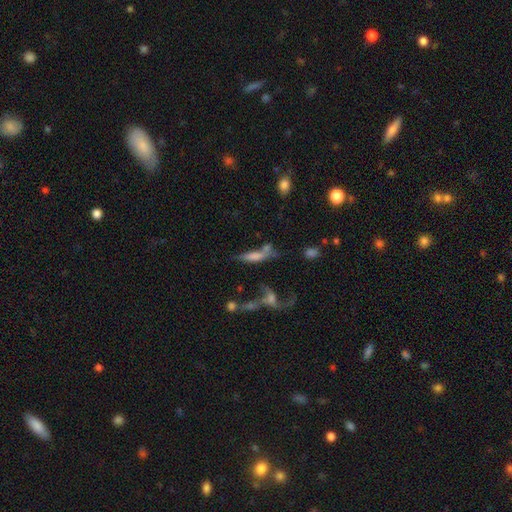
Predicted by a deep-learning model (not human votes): A smooth galaxy with no disk features (57%) that is cigar-shaped (58%). Merging: merger (37%).